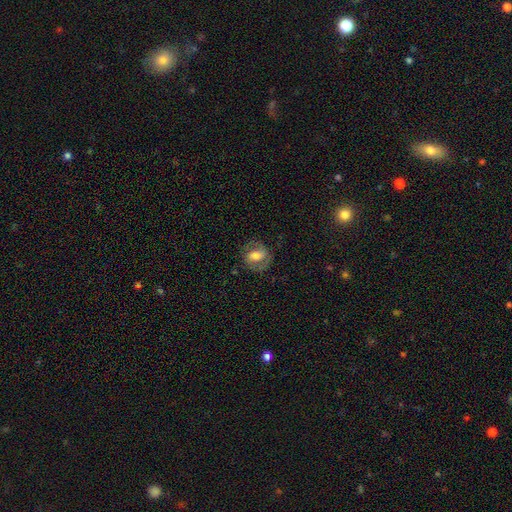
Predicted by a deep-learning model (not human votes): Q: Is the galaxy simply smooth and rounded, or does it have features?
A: featured or disk — 52%.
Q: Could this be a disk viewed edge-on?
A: no — 95%.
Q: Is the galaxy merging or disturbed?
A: none — 72%.